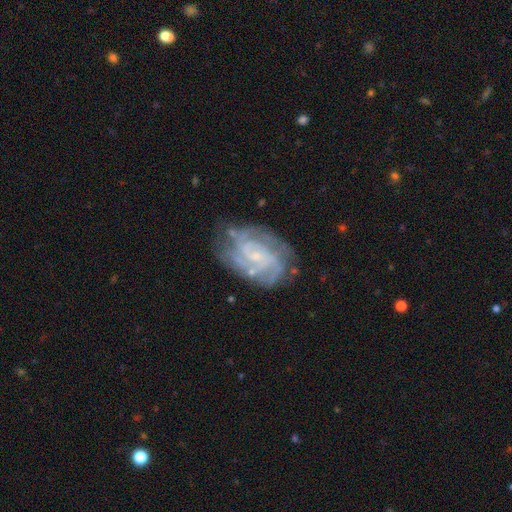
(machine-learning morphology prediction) A featured or disk galaxy (85%) with no bar (54%), tight (60%) spiral arms (95%) and a small central bulge (69%). Merging: none (71%).